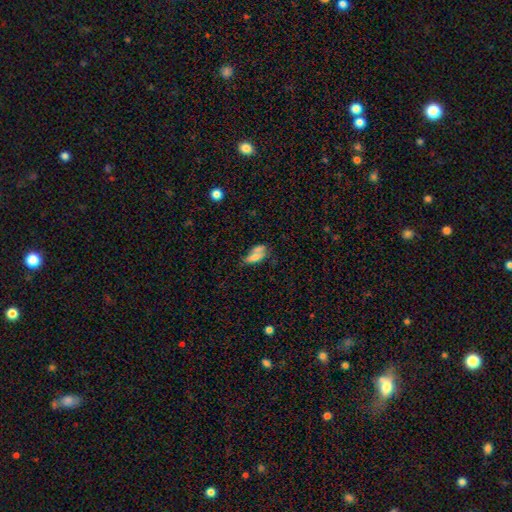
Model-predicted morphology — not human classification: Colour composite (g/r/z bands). It shows a smooth galaxy with no disk features (65%) that is in between round and cigar-shaped (78%). Merging: none (36%).